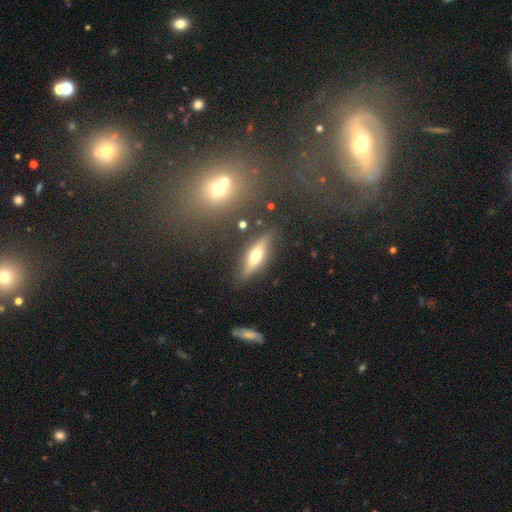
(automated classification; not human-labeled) This appears to be a featured or disk galaxy (51%) viewed edge-on (88%). Merging: none (81%).